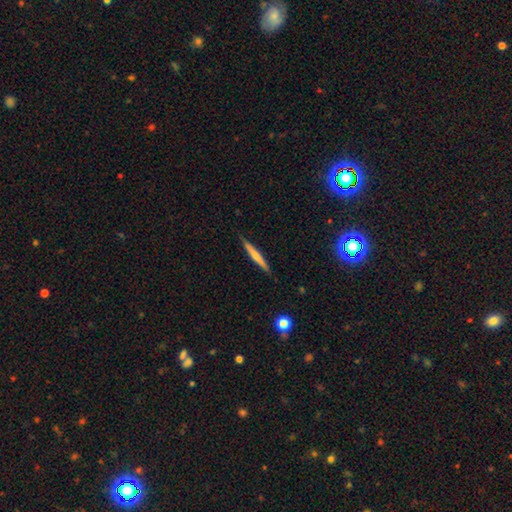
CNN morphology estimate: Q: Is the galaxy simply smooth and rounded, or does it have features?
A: smooth — 51%.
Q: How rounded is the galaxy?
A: cigar-shaped — 95%.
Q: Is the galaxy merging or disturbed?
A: none — 88%.